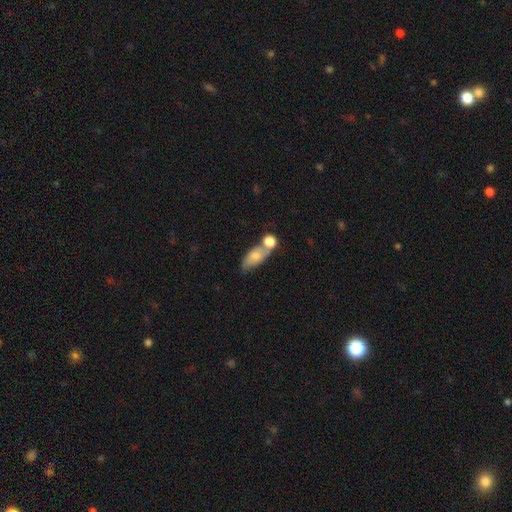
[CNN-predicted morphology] Overall: smooth (70%). How rounded: in between (81%). Merging: merger (41%; none 35%).